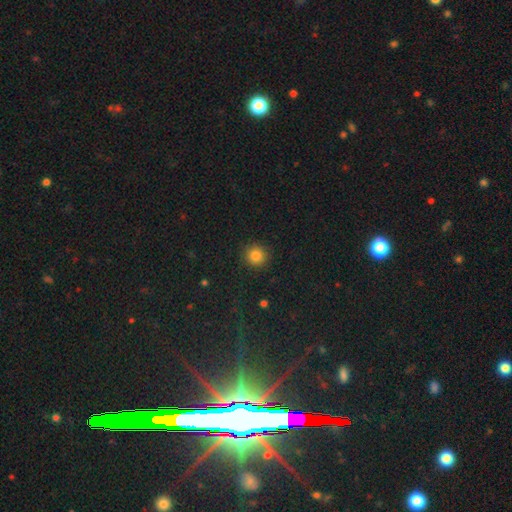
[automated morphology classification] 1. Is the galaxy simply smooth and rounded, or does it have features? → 83% smooth, 12% star or artifact, 5% featured or disk.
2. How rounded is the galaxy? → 93% round, 6% in between, 1% cigar-shaped.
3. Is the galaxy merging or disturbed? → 91% none, 6% minor disturbance, 2% major disturbance, 1% merger.